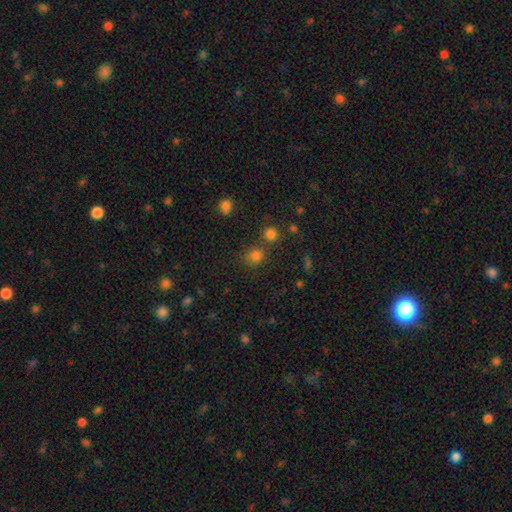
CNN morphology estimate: Smooth or featured?
  - smooth: 76% *
  - star or artifact: 19%
  - featured or disk: 5%
How rounded?
  - round: 79% *
  - in between: 20%
  - cigar-shaped: 1%
Merging?
  - none: 67% *
  - merger: 18%
  - minor disturbance: 11%
  - major disturbance: 4%